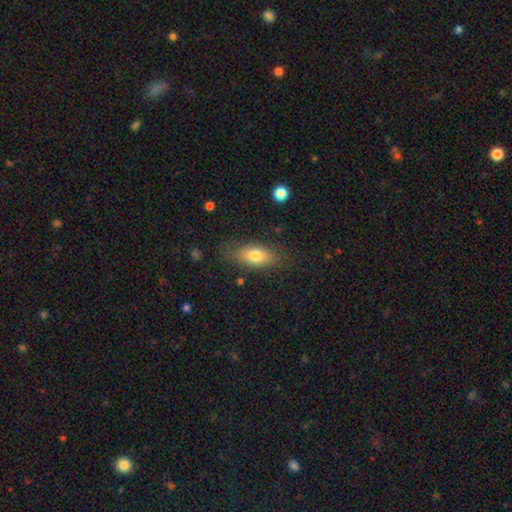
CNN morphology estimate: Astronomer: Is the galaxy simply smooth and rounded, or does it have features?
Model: smooth — 75%.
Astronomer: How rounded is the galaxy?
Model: in between — 83%.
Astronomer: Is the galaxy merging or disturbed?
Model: none — 77%.